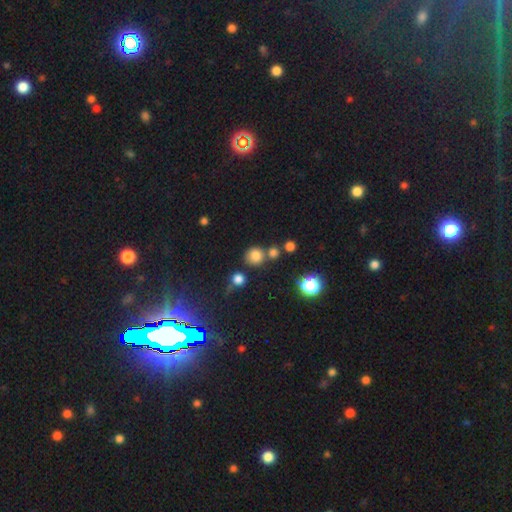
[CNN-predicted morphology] Overall: smooth (77%). How rounded: round (86%). Merging: none (68%).